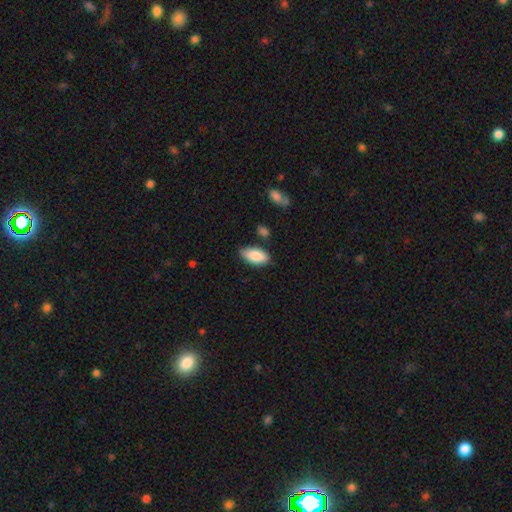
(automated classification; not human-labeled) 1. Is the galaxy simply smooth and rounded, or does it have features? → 86% smooth, 8% featured or disk, 6% star or artifact.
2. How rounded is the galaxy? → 92% in between, 6% cigar-shaped, 2% round.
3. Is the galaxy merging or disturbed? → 71% none, 21% minor disturbance, 4% merger, 3% major disturbance.